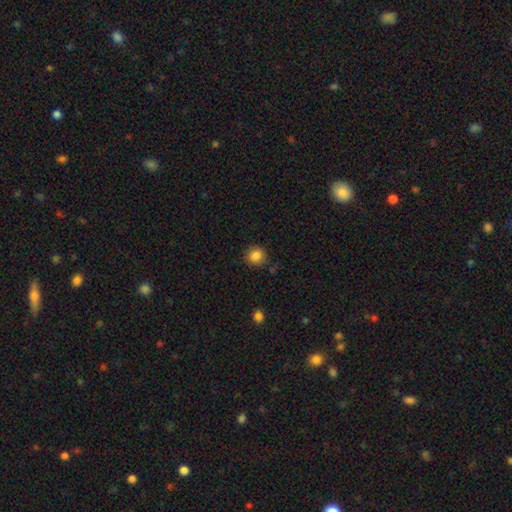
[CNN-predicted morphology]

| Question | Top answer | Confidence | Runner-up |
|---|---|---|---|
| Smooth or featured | smooth | 85% | star or artifact (10%) |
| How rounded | round | 87% | in between (12%) |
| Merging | none | 86% | minor disturbance (10%) |